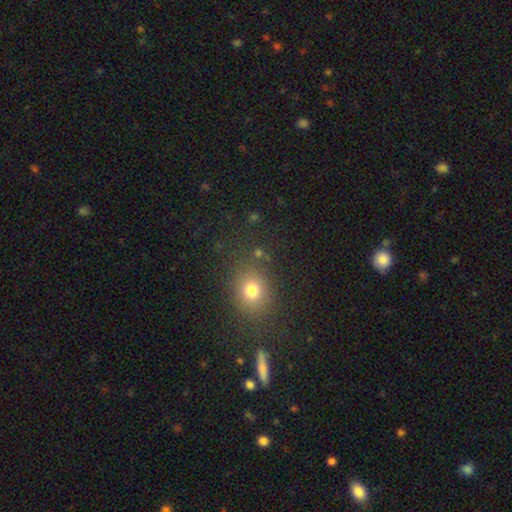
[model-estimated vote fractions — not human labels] This appears to be a smooth galaxy with no disk features (66%) that is round (69%). Merging: none (83%).